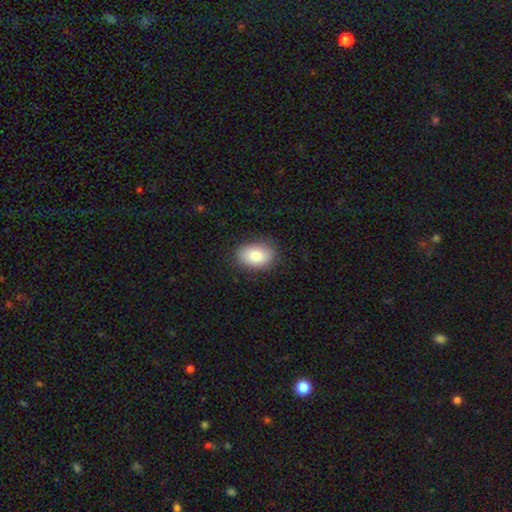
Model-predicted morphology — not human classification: Smooth or featured? smooth (82%)
How rounded? in between (80%)
Merging? none (85%)